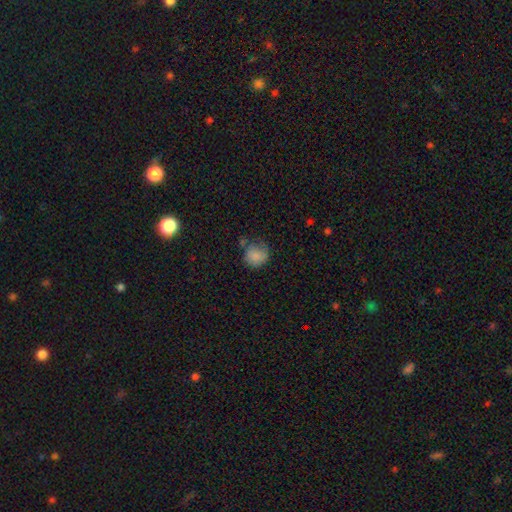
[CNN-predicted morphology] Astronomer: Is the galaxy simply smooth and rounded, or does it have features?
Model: smooth — 82%.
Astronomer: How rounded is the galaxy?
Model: round — 80%.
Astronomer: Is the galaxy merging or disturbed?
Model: none — 56%.